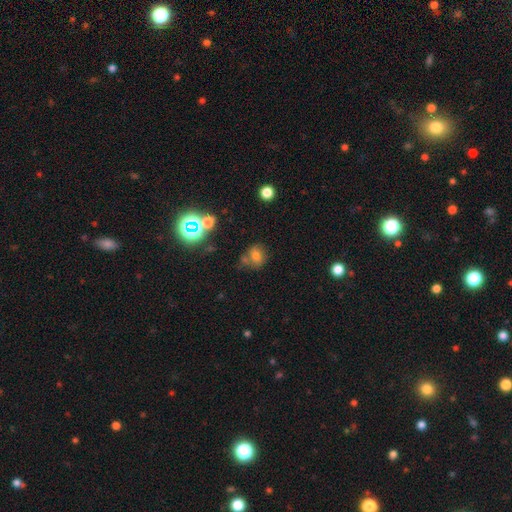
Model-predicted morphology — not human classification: smooth-or-featured: smooth: 63% | star or artifact: 22% | featured or disk: 14%
  how-rounded: round: 63% | in between: 36% | cigar-shaped: 1%
  merging: none: 55% | merger: 19% | minor disturbance: 18% | major disturbance: 8%